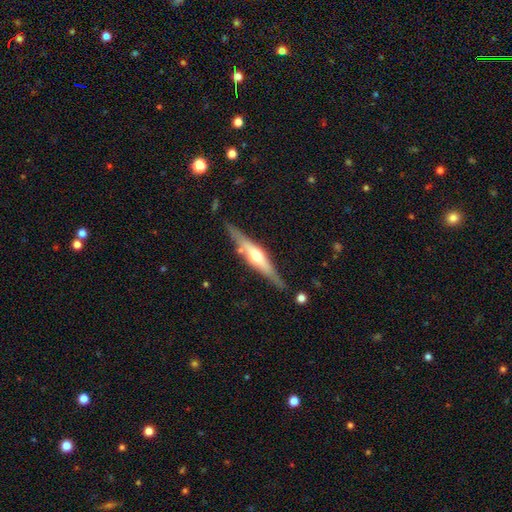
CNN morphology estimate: featured or disk 72%, smooth 23%, star or artifact 5%. Down the decision tree: edge-on disk — yes (96%); edge-on bulge — rounded (88%); merging — none (83%).